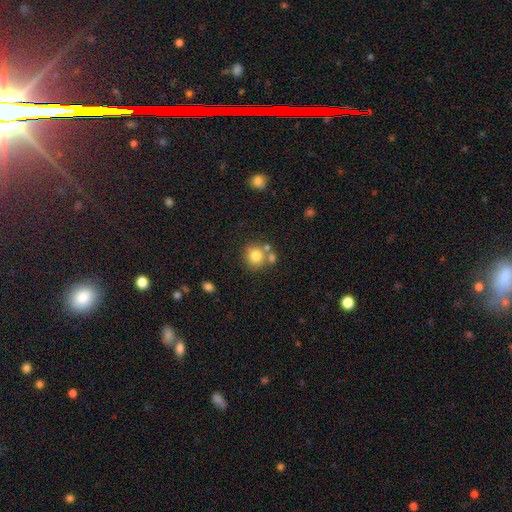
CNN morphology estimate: This is likely a smooth galaxy (79%). How rounded: clearly round (88%). Merging: likely none (62%).